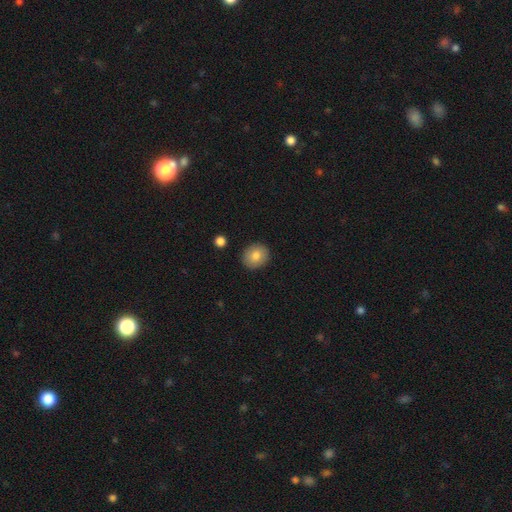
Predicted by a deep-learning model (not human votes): A smooth galaxy with no disk features (81%) that is round (77%). Merging: none (90%).